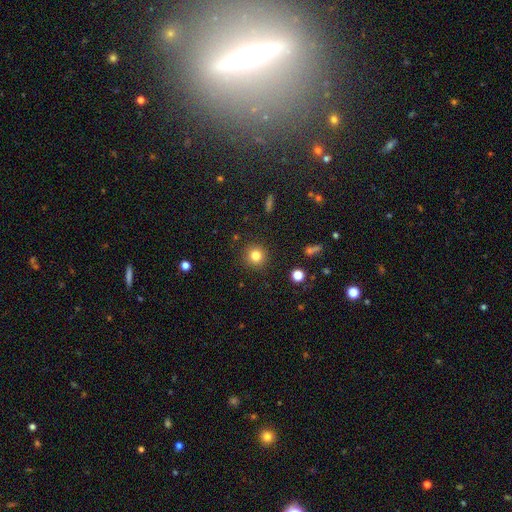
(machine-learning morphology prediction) type=smooth (81%); roundness=round (93%); merging=none (91%).